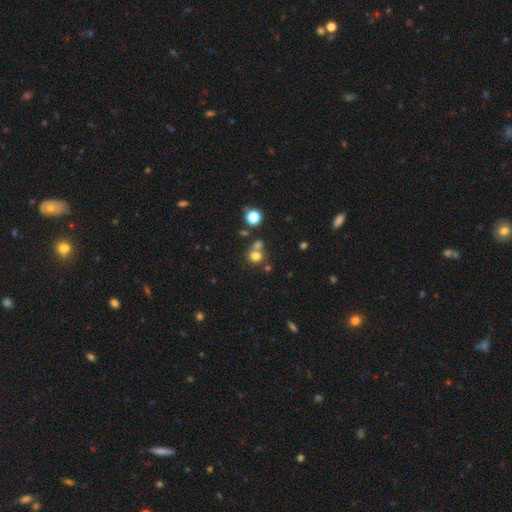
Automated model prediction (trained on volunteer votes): The model was most divided on "merging": none: 50%, merger: 38%, minor disturbance: 8%, major disturbance: 4%. More confident: how rounded — round (79%); smooth or featured — smooth (72%).